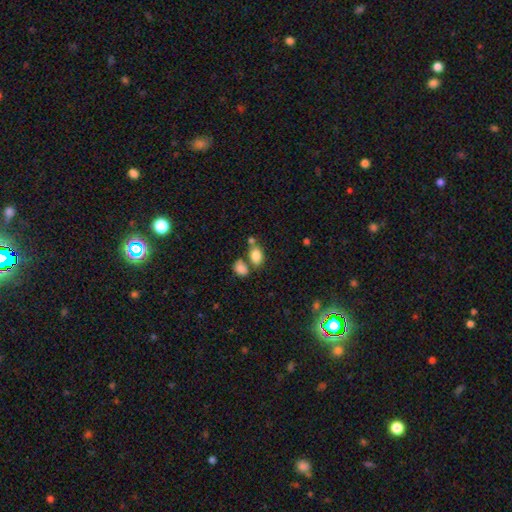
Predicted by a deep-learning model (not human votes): Q: Smooth or featured?
A: smooth (84%); runner-up: star or artifact (10%)
Q: How rounded?
A: in between (79%); runner-up: round (19%)
Q: Merging?
A: none (51%); runner-up: merger (32%)